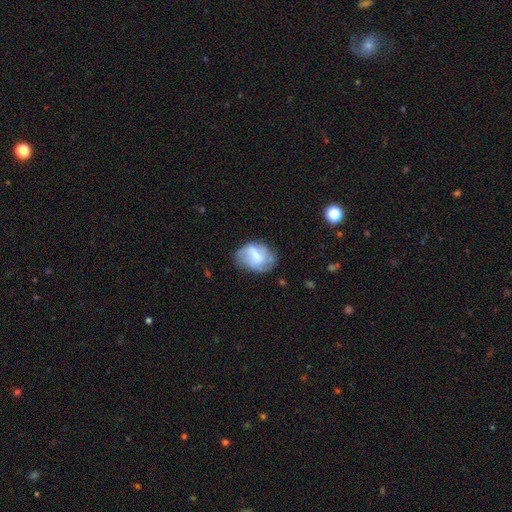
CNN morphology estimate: smooth-or-featured: smooth: 53% | featured or disk: 40% | star or artifact: 8%
  how-rounded: in between: 70% | round: 29% | cigar-shaped: 1%
  merging: none: 58% | minor disturbance: 28% | major disturbance: 12% | merger: 2%